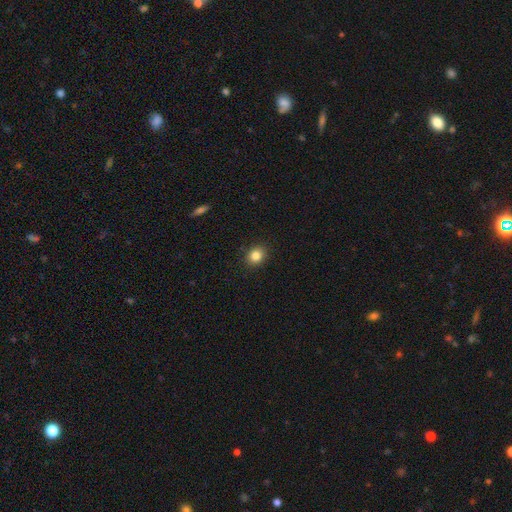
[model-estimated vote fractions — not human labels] Smooth or featured?
  - smooth: 84% *
  - star or artifact: 10%
  - featured or disk: 5%
How rounded?
  - round: 61% *
  - in between: 38%
  - cigar-shaped: 1%
Merging?
  - none: 90% *
  - minor disturbance: 7%
  - major disturbance: 2%
  - merger: 1%